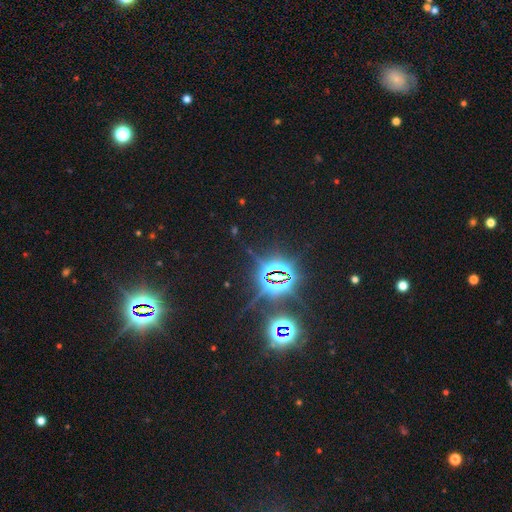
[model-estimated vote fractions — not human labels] smooth-or-featured: star or artifact: 83% | smooth: 10% | featured or disk: 6%